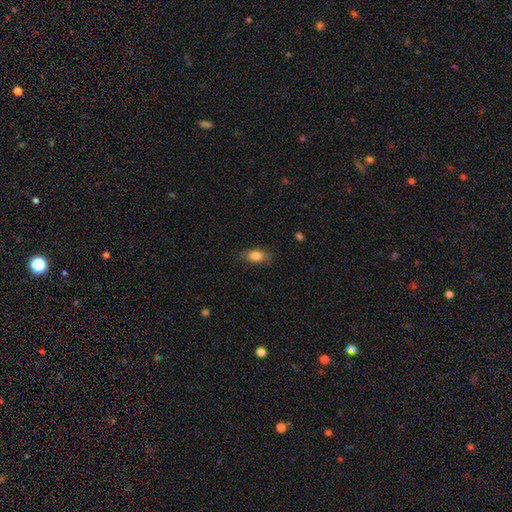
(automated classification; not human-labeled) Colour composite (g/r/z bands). It shows a smooth galaxy with no disk features (79%) that is in between round and cigar-shaped (82%). Merging: none (76%).